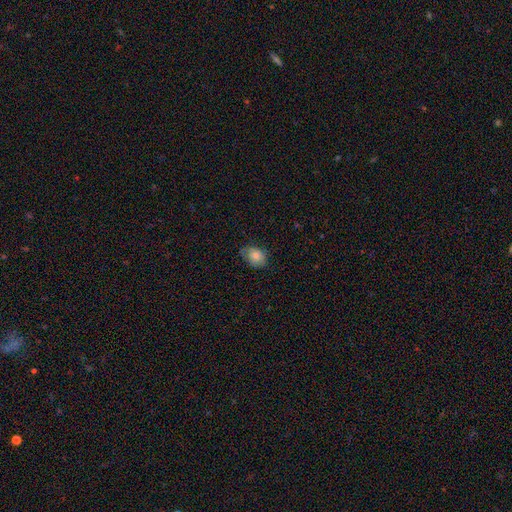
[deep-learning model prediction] A smooth galaxy with no disk features (76%) that is in between round and cigar-shaped (68%). Merging: none (62%).